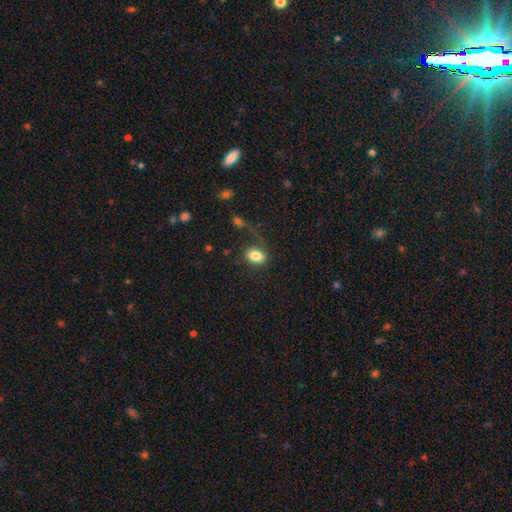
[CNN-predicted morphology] Smooth or featured: smooth — 82% (featured or disk — 9%)
How rounded: in between — 72% (round — 27%)
Merging: none — 63% (minor disturbance — 16%)